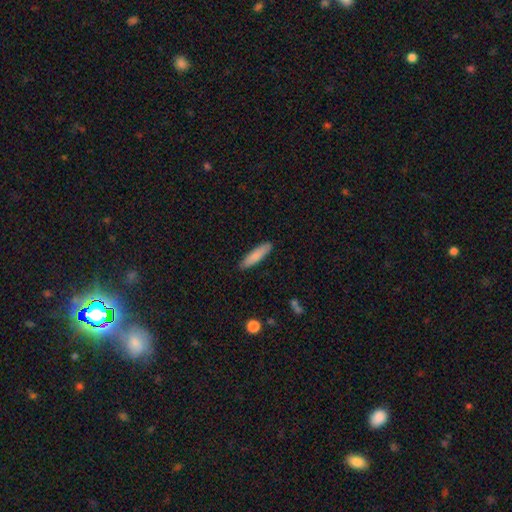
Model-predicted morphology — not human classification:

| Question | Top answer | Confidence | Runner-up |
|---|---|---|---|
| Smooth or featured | smooth | 82% | featured or disk (12%) |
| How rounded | cigar-shaped | 80% | in between (18%) |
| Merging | none | 89% | minor disturbance (9%) |